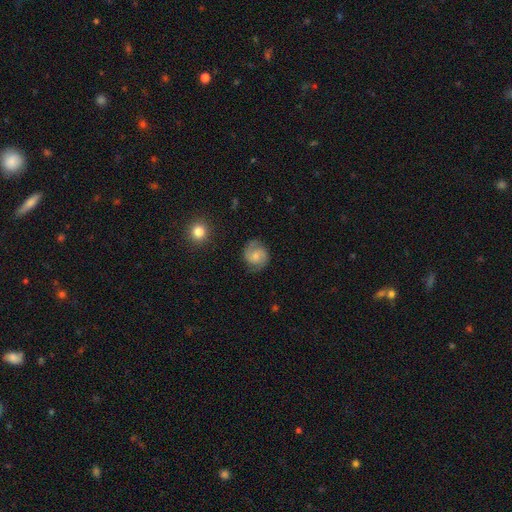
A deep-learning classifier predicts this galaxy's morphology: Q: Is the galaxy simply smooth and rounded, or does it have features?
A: featured or disk — 75%.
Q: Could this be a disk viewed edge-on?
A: no — 98%.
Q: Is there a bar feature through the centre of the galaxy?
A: no — 60%.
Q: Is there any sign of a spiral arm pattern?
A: yes — 96%.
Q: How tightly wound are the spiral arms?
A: medium — 49%.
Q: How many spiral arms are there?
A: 2 — 91%.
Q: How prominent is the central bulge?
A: small — 54%.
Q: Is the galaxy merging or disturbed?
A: none — 81%.